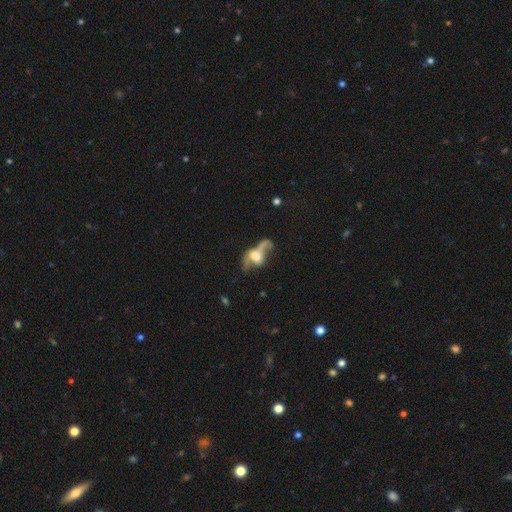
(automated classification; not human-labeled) Smooth or featured: featured or disk — 55% (smooth — 33%)
Edge-on disk: no — 75% (yes — 25%)
Merging: major disturbance — 41% (merger — 23%)